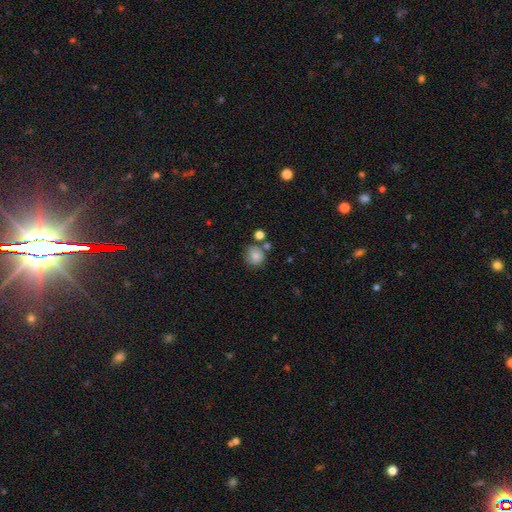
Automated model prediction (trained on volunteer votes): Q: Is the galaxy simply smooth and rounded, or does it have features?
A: smooth — 78%.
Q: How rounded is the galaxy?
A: round — 87%.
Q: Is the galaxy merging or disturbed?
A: none — 63%.